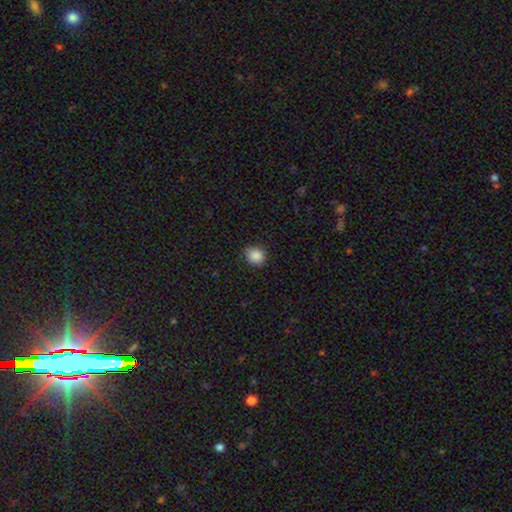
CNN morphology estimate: smooth 87%, star or artifact 9%, featured or disk 3%. Down the decision tree: how rounded — round (79%); merging — none (83%).